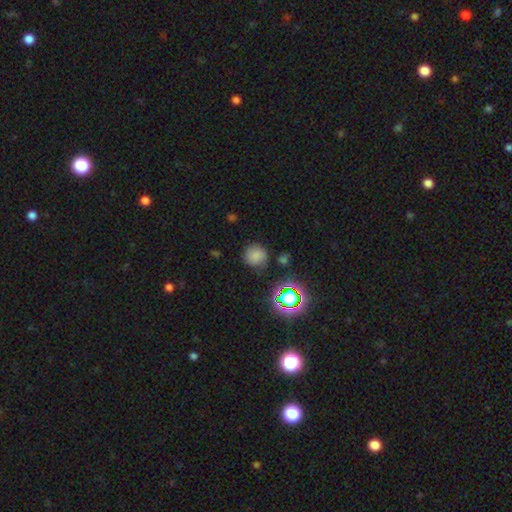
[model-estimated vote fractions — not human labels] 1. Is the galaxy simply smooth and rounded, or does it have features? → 73% smooth, 20% star or artifact, 7% featured or disk.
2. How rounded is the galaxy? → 91% round, 8% in between, 1% cigar-shaped.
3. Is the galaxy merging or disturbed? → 80% none, 13% minor disturbance, 4% major disturbance, 4% merger.